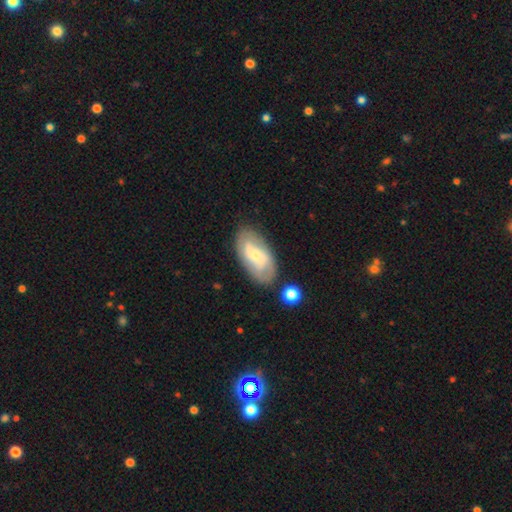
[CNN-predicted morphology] type=featured or disk (59%); edge-on=no (94%); bar=no (51%); spiral arms=yes (80%); bulge=small (69%); merging=none (75%).